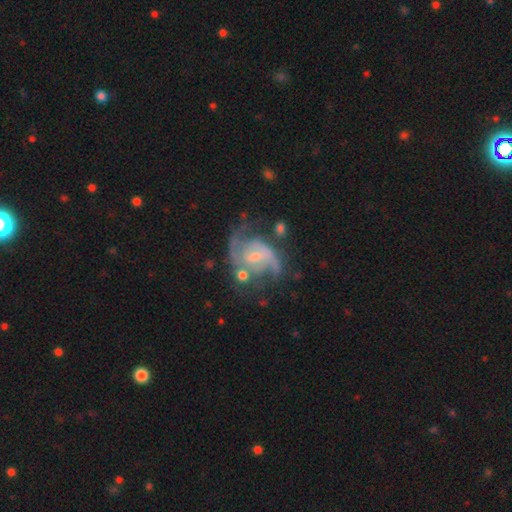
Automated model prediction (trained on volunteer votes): Smooth or featured?
  - featured or disk: 87% *
  - smooth: 7%
  - star or artifact: 6%
Edge-on disk?
  - no: 98% *
  - yes: 2%
Bar?
  - weak: 57% *
  - no: 26%
  - strong: 17%
Spiral arms?
  - yes: 94% *
  - no: 6%
Spiral winding?
  - medium: 53% *
  - loose: 27%
  - tight: 20%
Spiral arm count?
  - 2: 79% *
  - can't tell: 8%
  - 3: 5%
  - 1: 4%
  - 4: 2%
  - more than 4: 2%
Bulge size?
  - small: 53% *
  - moderate: 28%
  - none: 15%
  - large: 3%
  - dominant: 1%
Merging?
  - none: 51% *
  - minor disturbance: 21%
  - major disturbance: 19%
  - merger: 9%